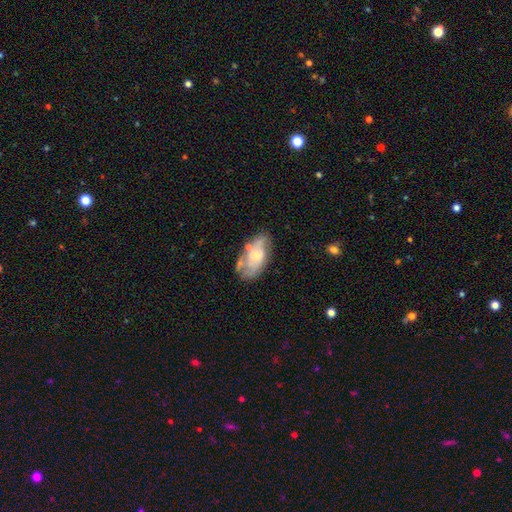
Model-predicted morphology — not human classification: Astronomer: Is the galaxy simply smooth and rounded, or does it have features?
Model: featured or disk — 58% (runner-up: smooth, 36%).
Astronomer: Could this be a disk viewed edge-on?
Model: no — 94%.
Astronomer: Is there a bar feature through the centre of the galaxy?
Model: no — 76%.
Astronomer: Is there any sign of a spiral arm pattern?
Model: yes — 59% (runner-up: no, 41%).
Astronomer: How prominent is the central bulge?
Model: small — 56% (runner-up: moderate, 34%).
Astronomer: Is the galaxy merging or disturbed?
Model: none — 53%.